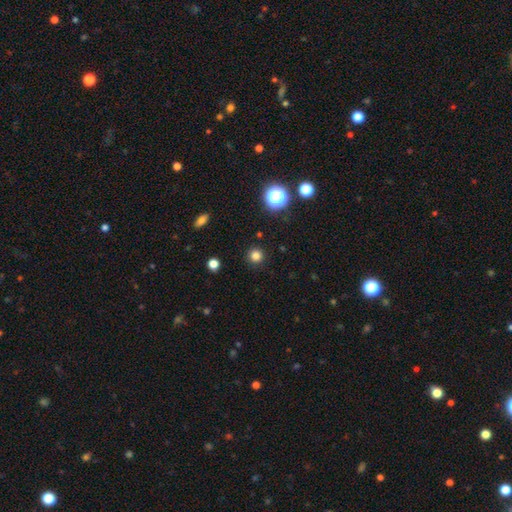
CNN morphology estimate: type=smooth (80%); roundness=round (95%); merging=none (91%).